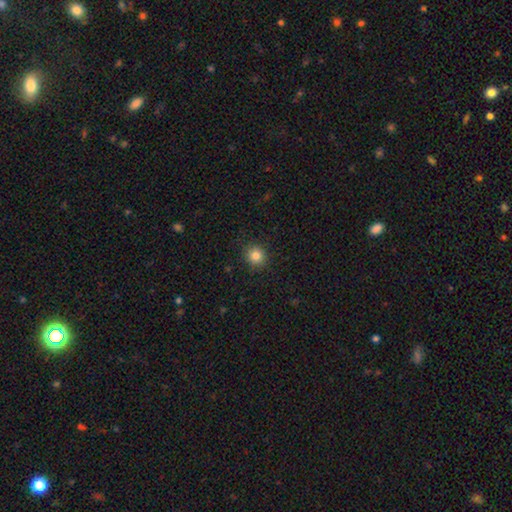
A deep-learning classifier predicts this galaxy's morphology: This is clearly a smooth galaxy (84%). How rounded: clearly round (89%). Merging: clearly none (91%).